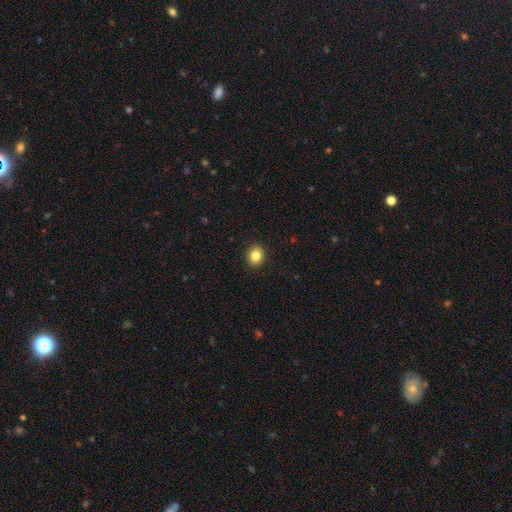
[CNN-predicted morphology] The model was most divided on "how rounded": round: 60%, in between: 39%, cigar-shaped: 1%. More confident: merging — none (92%); smooth or featured — smooth (83%).